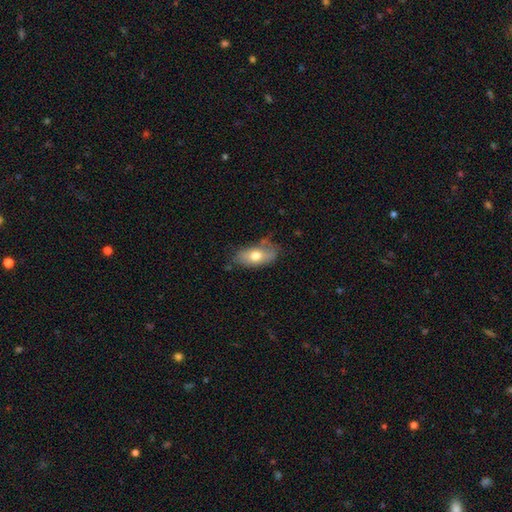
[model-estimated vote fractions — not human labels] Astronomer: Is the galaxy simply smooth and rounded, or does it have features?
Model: smooth — 69%.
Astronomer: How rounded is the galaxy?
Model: in between — 89%.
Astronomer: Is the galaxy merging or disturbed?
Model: none — 60%.